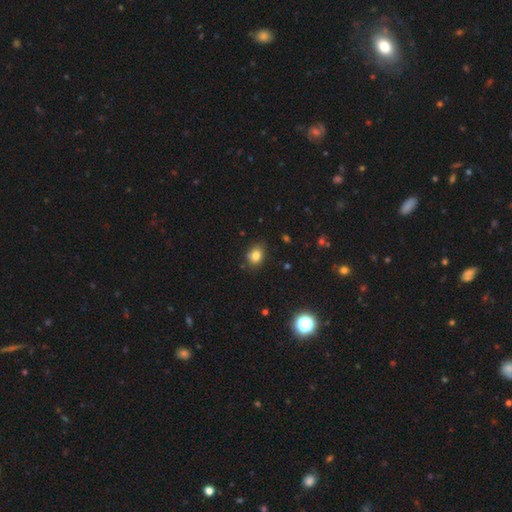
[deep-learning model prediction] Smooth or featured? smooth (81%)
How rounded? in between (55%)
Merging? none (80%)